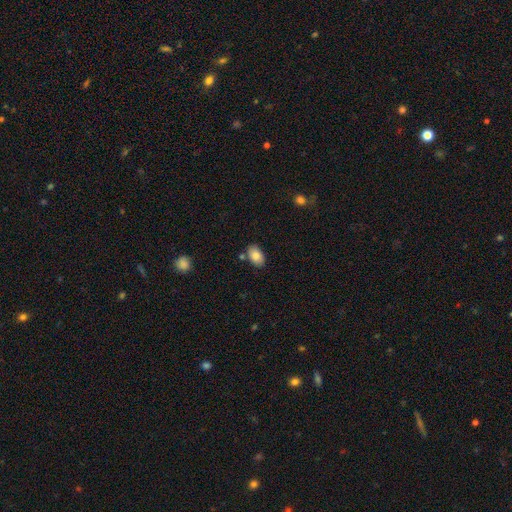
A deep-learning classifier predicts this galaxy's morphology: A smooth galaxy with no disk features (85%) that is in between round and cigar-shaped (90%). Merging: none (78%).